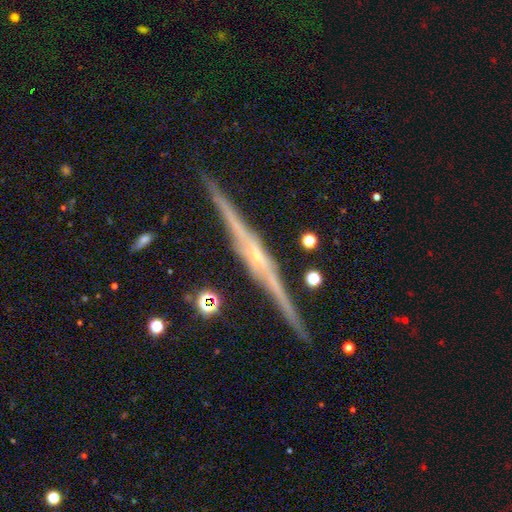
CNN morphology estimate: type=featured or disk (87%); edge-on=yes (98%); edge-on bulge=rounded (65%); merging=none (90%).